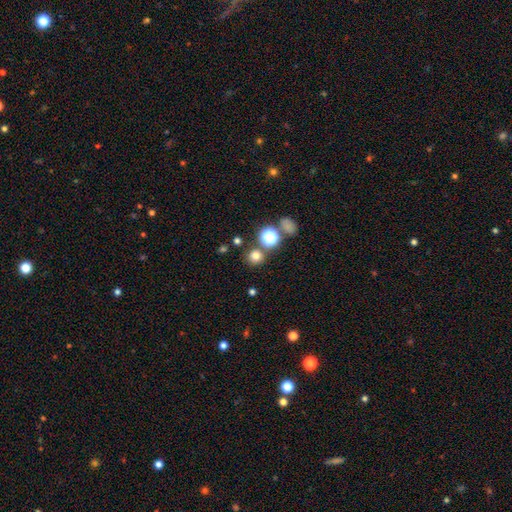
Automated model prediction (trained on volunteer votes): A smooth galaxy with no disk features (74%) that is round (90%). Merging: none (78%).